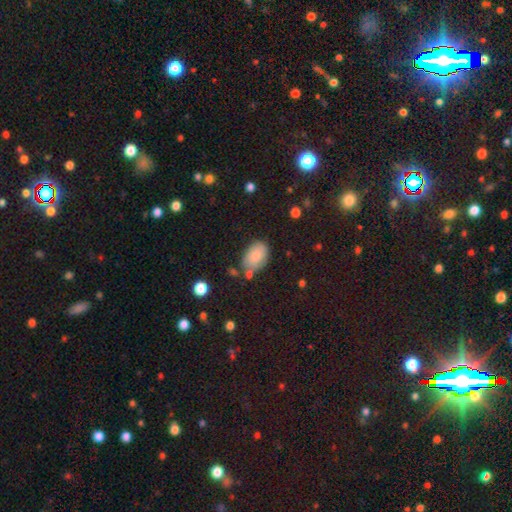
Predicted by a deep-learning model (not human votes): This appears to be a smooth galaxy with no disk features (82%) that is in between round and cigar-shaped (88%). Merging: none (65%).